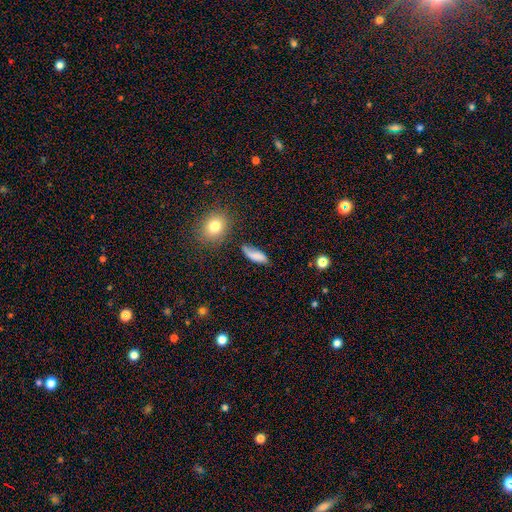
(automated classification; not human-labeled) smooth_or_featured: smooth (p=0.67) [alt: featured or disk p=0.23]
how_rounded: in between (p=0.66) [alt: cigar-shaped p=0.29]
merging: none (p=0.54) [alt: minor disturbance p=0.27]